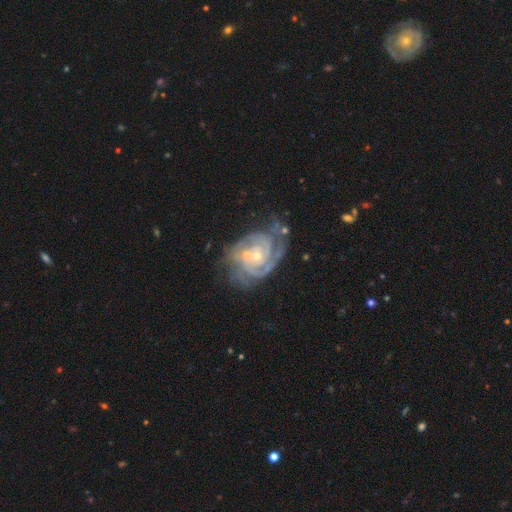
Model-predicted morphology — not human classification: The model was most divided on "spiral arm count": 3: 30%, 2: 26%, can't tell: 19%, 4: 14%, more than 4: 6%, 1: 5%. More confident: spiral arms — yes (98%); edge-on disk — no (97%); smooth or featured — featured or disk (89%); spiral winding — tight (72%); bulge size — small (70%); bar — no (67%); merging — none (59%).